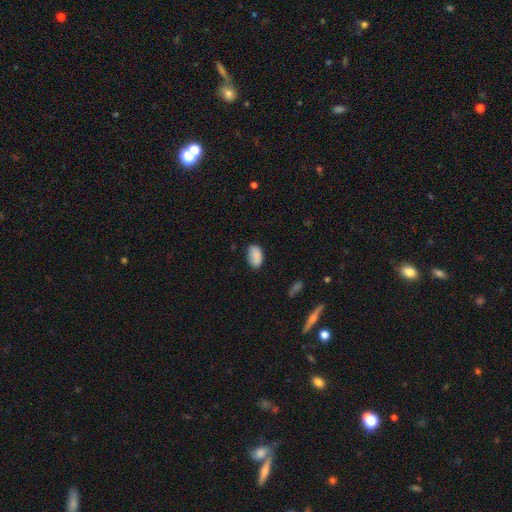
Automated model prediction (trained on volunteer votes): Smooth or featured? smooth (87%)
How rounded? in between (92%)
Merging? none (77%)